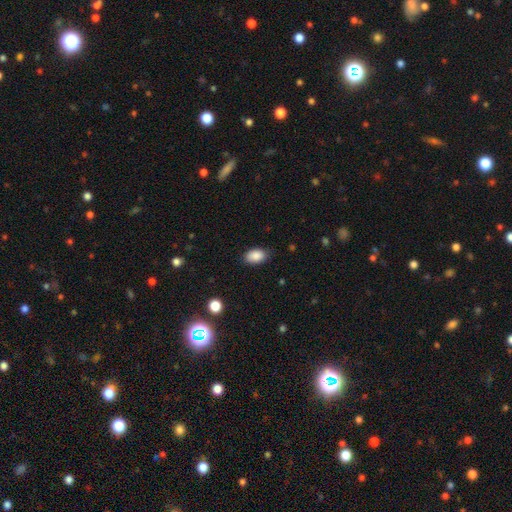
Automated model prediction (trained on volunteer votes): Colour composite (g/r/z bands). It shows a smooth galaxy with no disk features (88%) that is in between round and cigar-shaped (89%). Merging: none (83%).